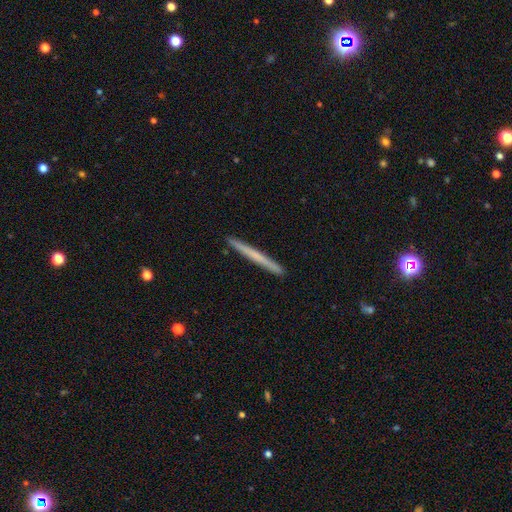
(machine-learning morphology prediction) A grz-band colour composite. It shows a smooth galaxy with no disk features (55%) that is cigar-shaped (98%). Merging: none (93%).